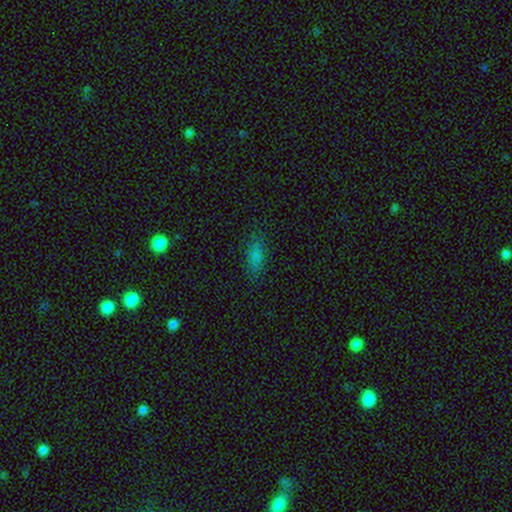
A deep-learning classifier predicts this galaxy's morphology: Overall: smooth (80%). How rounded: in between (78%). Merging: none (83%).